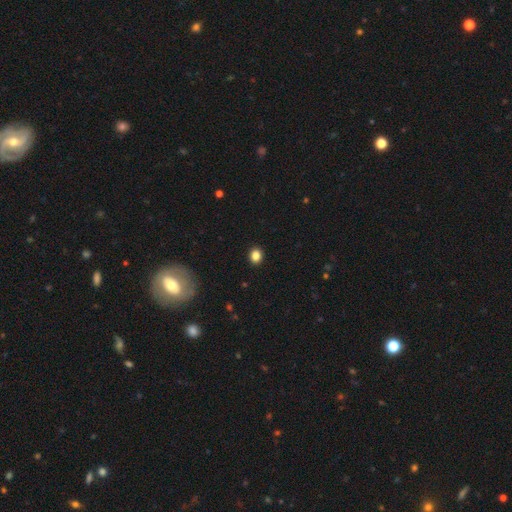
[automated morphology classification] smooth_or_featured: smooth (p=0.85) [alt: star or artifact p=0.11]
how_rounded: round (p=0.67) [alt: in between p=0.32]
merging: none (p=0.92) [alt: minor disturbance p=0.05]